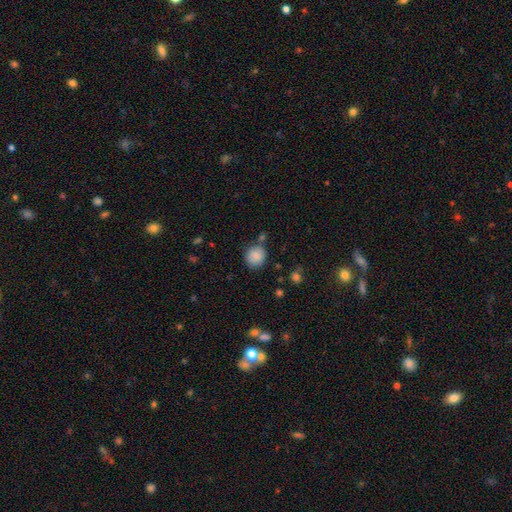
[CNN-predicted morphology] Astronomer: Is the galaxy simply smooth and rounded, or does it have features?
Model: smooth — 86%.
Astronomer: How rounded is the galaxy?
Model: round — 83%.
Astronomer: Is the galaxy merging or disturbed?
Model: none — 76%.